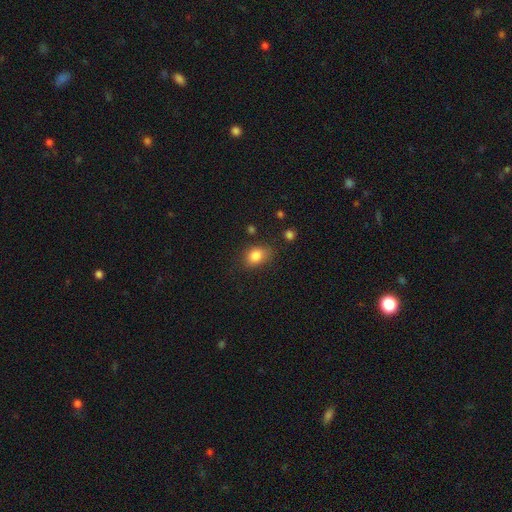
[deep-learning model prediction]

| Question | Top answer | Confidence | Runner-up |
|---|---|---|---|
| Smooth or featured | smooth | 84% | star or artifact (9%) |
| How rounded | in between | 69% | round (30%) |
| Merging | none | 68% | minor disturbance (23%) |